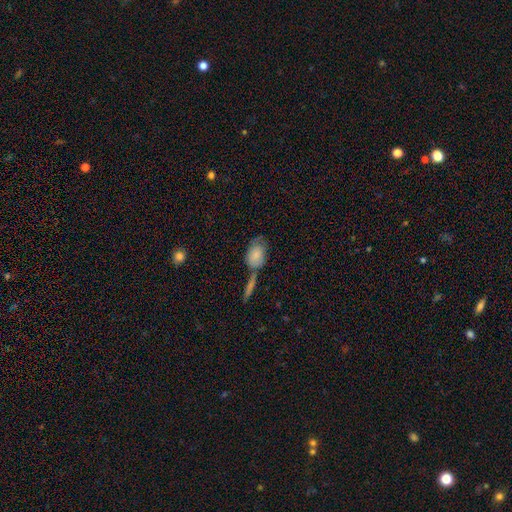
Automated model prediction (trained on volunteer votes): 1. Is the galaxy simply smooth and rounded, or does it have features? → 78% smooth, 16% featured or disk, 7% star or artifact.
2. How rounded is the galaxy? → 84% in between, 13% round, 3% cigar-shaped.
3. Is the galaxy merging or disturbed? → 43% none, 26% merger, 21% minor disturbance, 9% major disturbance.